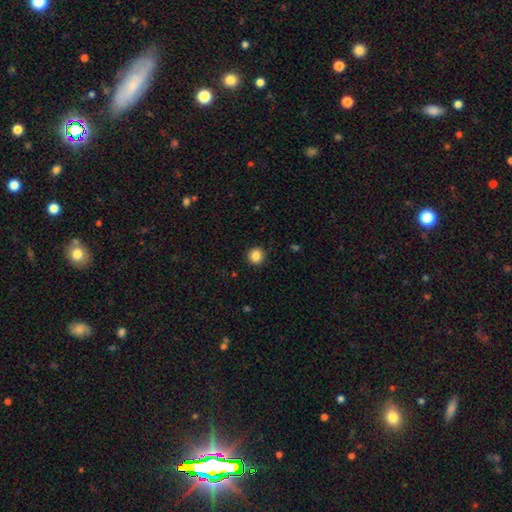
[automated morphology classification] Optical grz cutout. It shows a smooth galaxy with no disk features (86%) that is round (87%). Merging: none (90%).